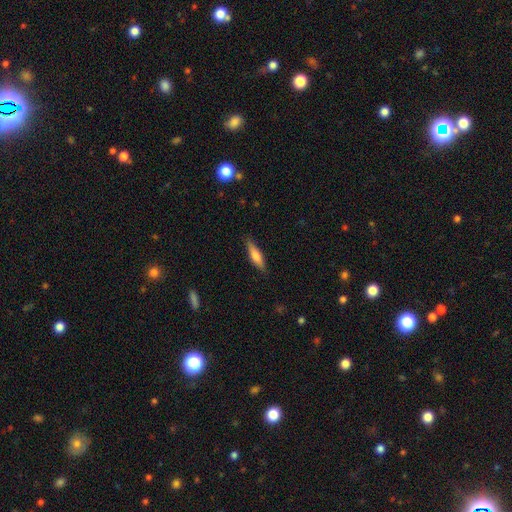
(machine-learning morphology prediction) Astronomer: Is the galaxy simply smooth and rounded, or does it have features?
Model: smooth — 63%.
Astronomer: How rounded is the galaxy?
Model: cigar-shaped — 69%.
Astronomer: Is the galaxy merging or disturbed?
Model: none — 86%.